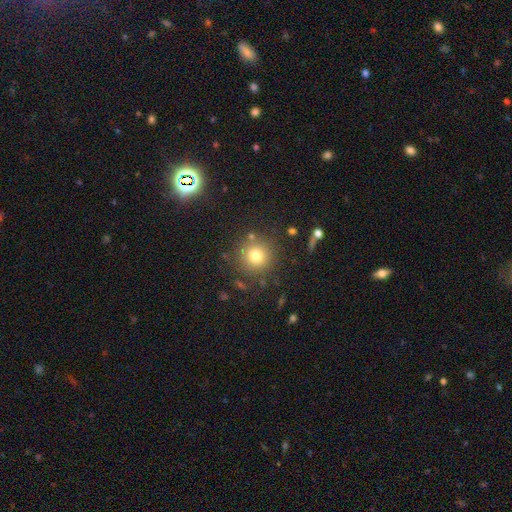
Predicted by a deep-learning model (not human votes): Q: Smooth or featured?
A: smooth (77%); runner-up: star or artifact (14%)
Q: How rounded?
A: round (94%); runner-up: in between (5%)
Q: Merging?
A: none (85%); runner-up: minor disturbance (8%)